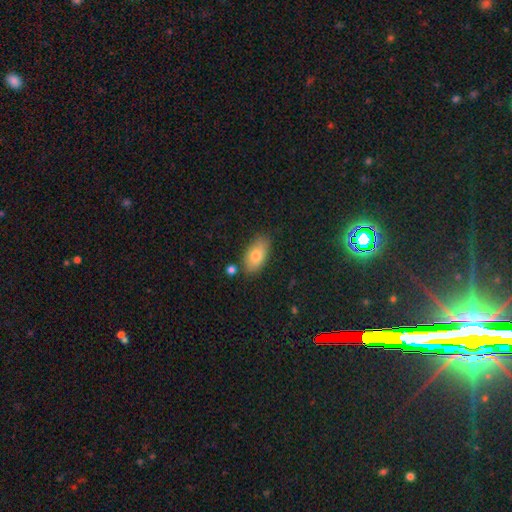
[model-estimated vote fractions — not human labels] Smooth or featured? Predicted: smooth (p=0.78). How rounded? Predicted: in between (p=0.90). Merging? Predicted: none (p=0.78).